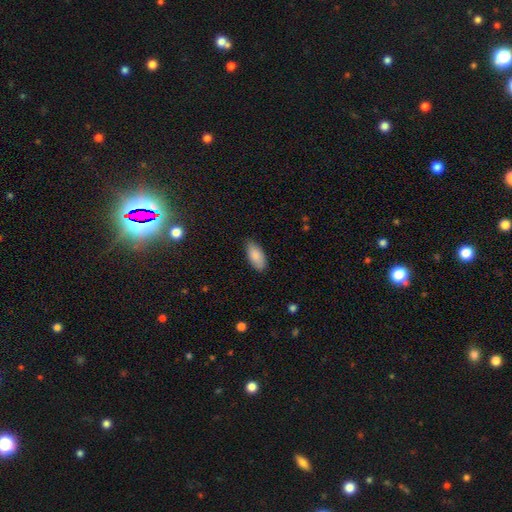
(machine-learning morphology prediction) smooth_or_featured: smooth (p=0.87) [alt: featured or disk p=0.06]
how_rounded: in between (p=0.91) [alt: cigar-shaped p=0.07]
merging: none (p=0.83) [alt: minor disturbance p=0.14]